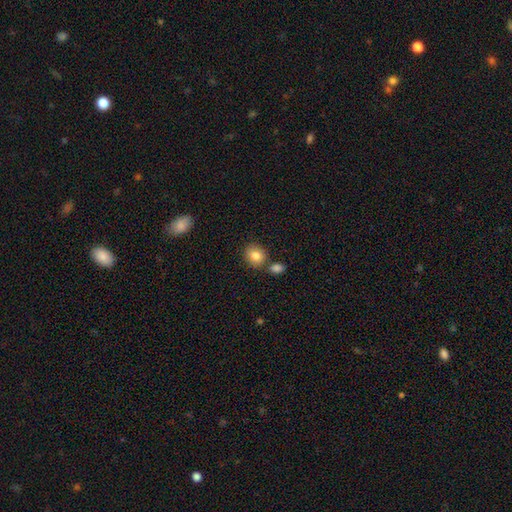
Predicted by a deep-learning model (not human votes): Smooth or featured? smooth (83%)
How rounded? round (77%)
Merging? none (73%)